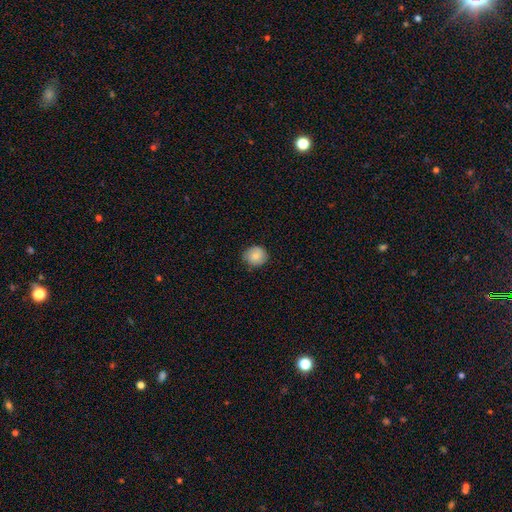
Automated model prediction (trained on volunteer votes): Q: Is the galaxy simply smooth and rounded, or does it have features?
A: smooth — 81%.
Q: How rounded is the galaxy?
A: round — 82%.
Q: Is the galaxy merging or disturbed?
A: none — 80%.